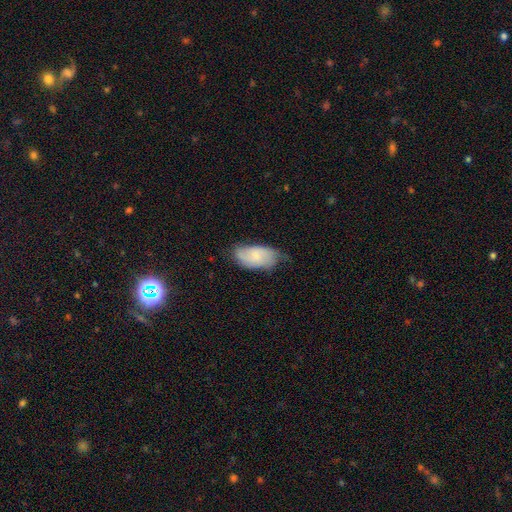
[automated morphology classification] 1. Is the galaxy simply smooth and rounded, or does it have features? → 62% smooth, 31% featured or disk, 7% star or artifact.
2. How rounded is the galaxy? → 93% in between, 3% cigar-shaped, 3% round.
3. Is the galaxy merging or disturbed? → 50% none, 38% minor disturbance, 10% major disturbance, 2% merger.